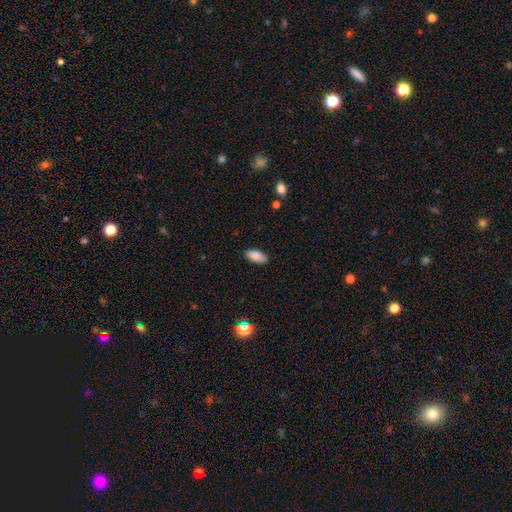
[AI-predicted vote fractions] Smooth or featured? smooth (87%)
How rounded? in between (90%)
Merging? none (86%)